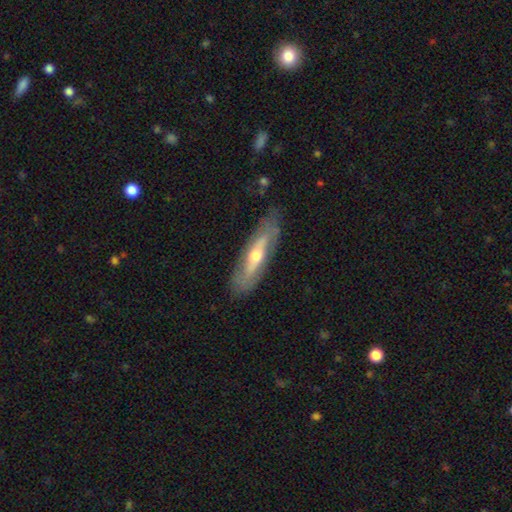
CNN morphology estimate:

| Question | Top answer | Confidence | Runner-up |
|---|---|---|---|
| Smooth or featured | featured or disk | 60% | smooth (35%) |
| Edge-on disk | no | 55% | yes (45%) |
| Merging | none | 77% | minor disturbance (17%) |